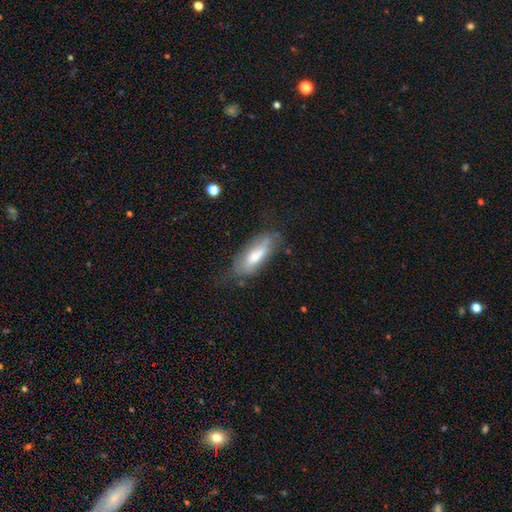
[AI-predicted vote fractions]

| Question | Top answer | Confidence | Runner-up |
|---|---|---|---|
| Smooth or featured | smooth | 65% | featured or disk (28%) |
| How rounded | in between | 63% | cigar-shaped (35%) |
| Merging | none | 58% | minor disturbance (28%) |